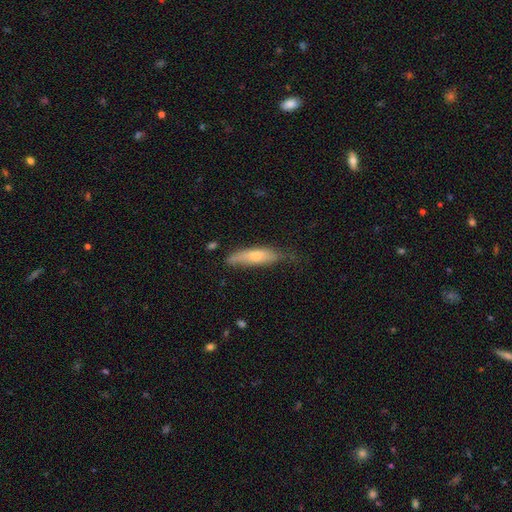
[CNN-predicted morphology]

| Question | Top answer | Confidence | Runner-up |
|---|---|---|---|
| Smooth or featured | smooth | 66% | featured or disk (28%) |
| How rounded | cigar-shaped | 66% | in between (32%) |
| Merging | none | 51% | minor disturbance (36%) |